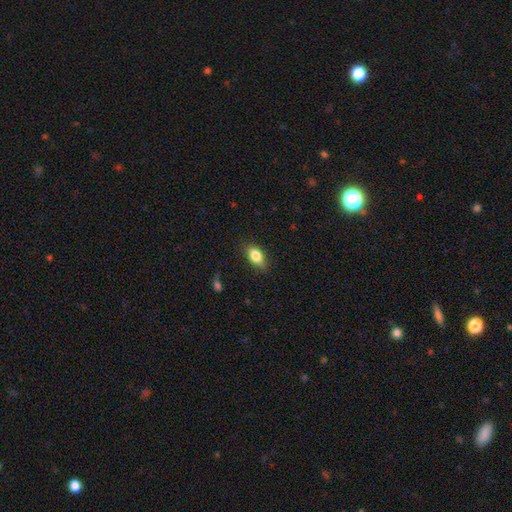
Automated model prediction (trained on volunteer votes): Smooth or featured?
  - smooth: 83% *
  - featured or disk: 9%
  - star or artifact: 8%
How rounded?
  - in between: 87% *
  - round: 8%
  - cigar-shaped: 4%
Merging?
  - none: 82% *
  - minor disturbance: 13%
  - major disturbance: 3%
  - merger: 1%